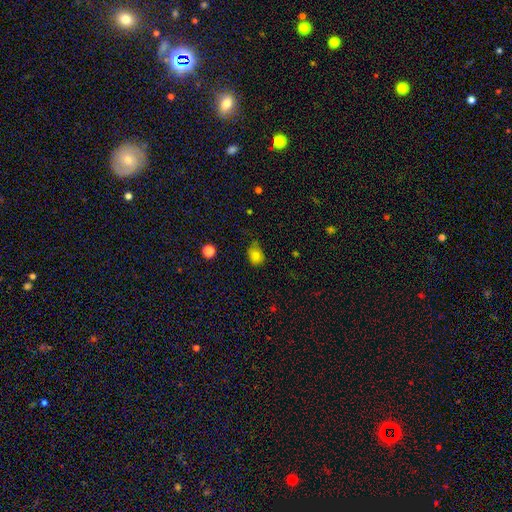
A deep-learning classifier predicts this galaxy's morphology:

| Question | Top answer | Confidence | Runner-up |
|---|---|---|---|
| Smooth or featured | smooth | 79% | star or artifact (11%) |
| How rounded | in between | 52% | round (47%) |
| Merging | none | 53% | minor disturbance (36%) |